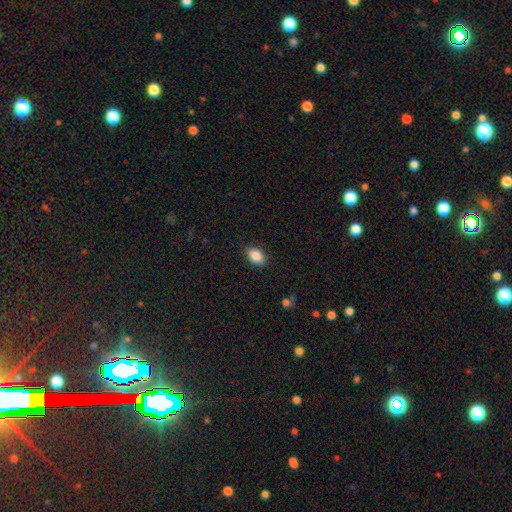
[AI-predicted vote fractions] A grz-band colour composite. It shows a smooth galaxy with no disk features (87%) that is in between round and cigar-shaped (89%). Merging: none (85%).